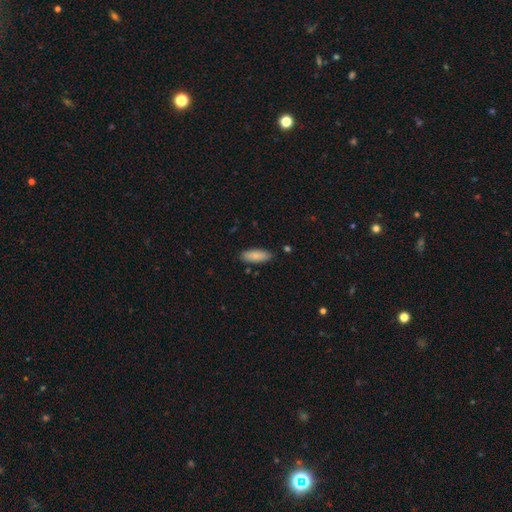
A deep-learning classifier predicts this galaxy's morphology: type=smooth (87%); roundness=in between (70%); merging=none (84%).